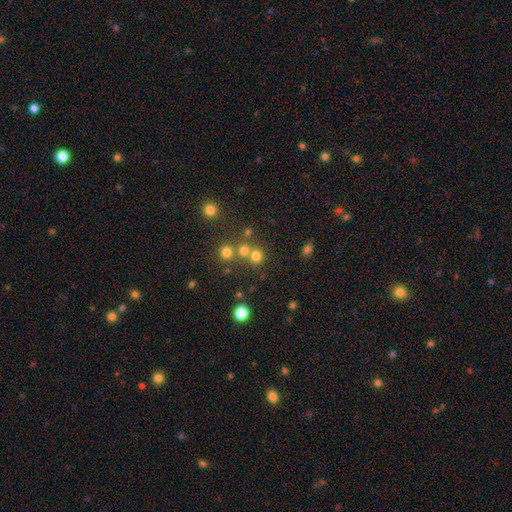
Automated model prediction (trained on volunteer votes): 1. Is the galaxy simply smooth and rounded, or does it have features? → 71% smooth, 20% star or artifact, 9% featured or disk.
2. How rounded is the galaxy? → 90% round, 9% in between, 1% cigar-shaped.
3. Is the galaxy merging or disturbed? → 62% none, 28% merger, 7% minor disturbance, 3% major disturbance.